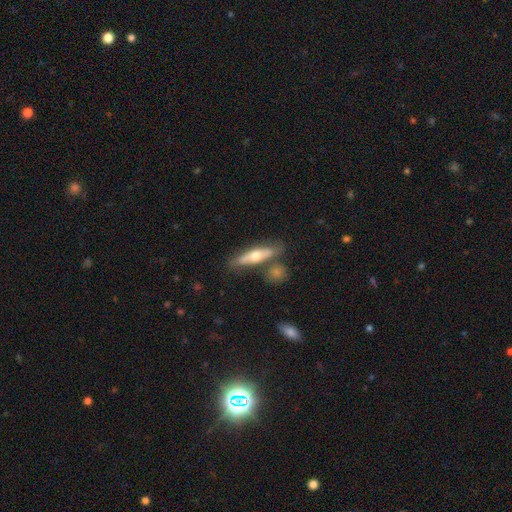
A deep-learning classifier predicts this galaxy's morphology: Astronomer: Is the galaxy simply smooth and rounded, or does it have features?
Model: featured or disk — 51% (runner-up: smooth, 43%).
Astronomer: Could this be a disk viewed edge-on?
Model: yes — 83%.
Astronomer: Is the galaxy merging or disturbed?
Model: none — 69%.